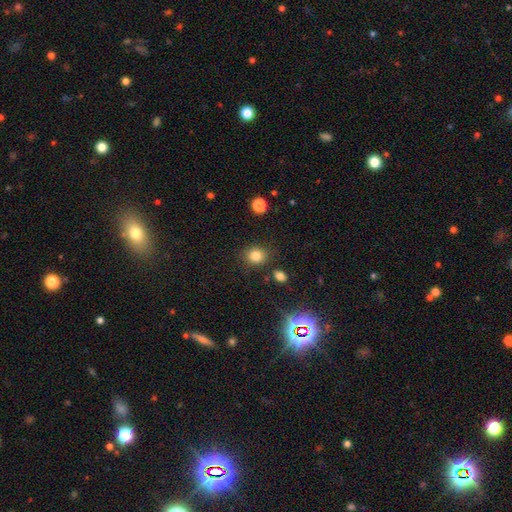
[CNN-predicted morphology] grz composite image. It shows a smooth galaxy with no disk features (81%) that is round (72%). Merging: none (83%).